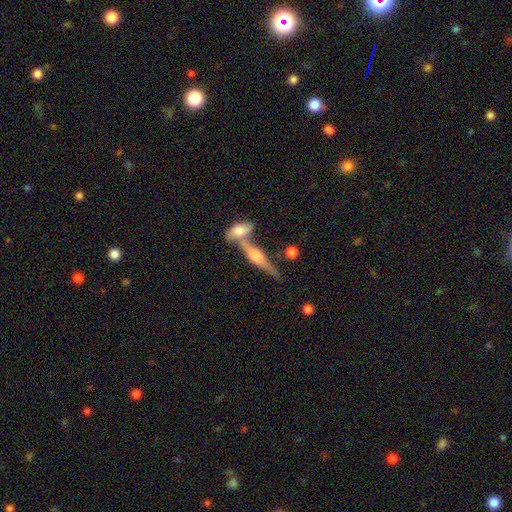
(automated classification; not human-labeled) featured or disk 69%, smooth 24%, star or artifact 7%. Down the decision tree: edge-on disk — yes (93%); edge-on bulge — rounded (84%); merging — none (53%).